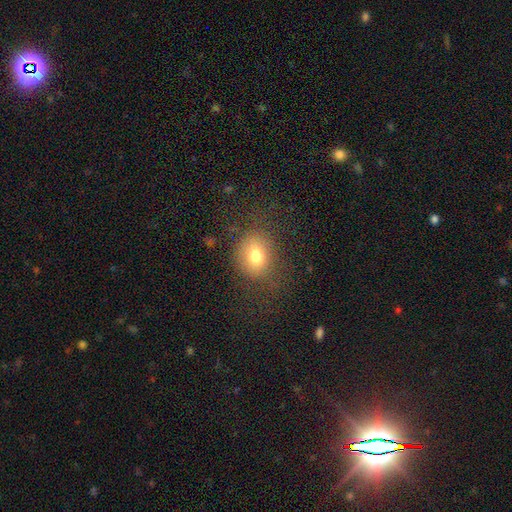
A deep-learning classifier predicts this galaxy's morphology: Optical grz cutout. It shows a smooth galaxy with no disk features (76%) that is round (64%). Merging: none (74%).